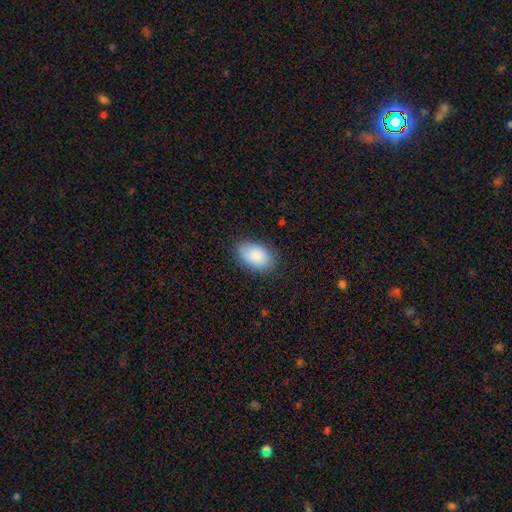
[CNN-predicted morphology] smooth-or-featured: smooth: 88% | star or artifact: 7% | featured or disk: 6%
  how-rounded: in between: 91% | round: 8% | cigar-shaped: 1%
  merging: none: 81% | minor disturbance: 14% | major disturbance: 3% | merger: 1%